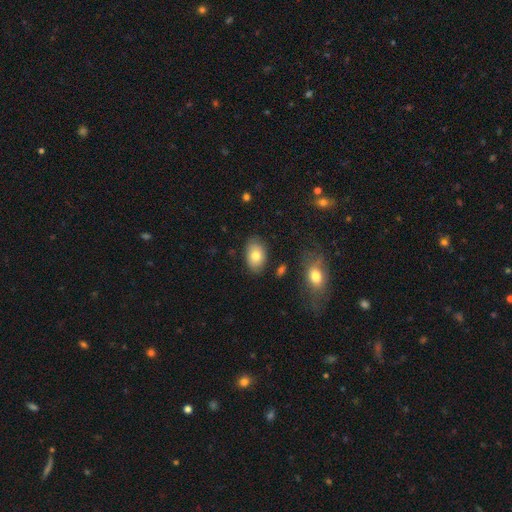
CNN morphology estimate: Smooth or featured?
  - smooth: 79% *
  - featured or disk: 14%
  - star or artifact: 8%
How rounded?
  - in between: 88% *
  - round: 11%
  - cigar-shaped: 1%
Merging?
  - none: 83% *
  - minor disturbance: 12%
  - major disturbance: 3%
  - merger: 2%